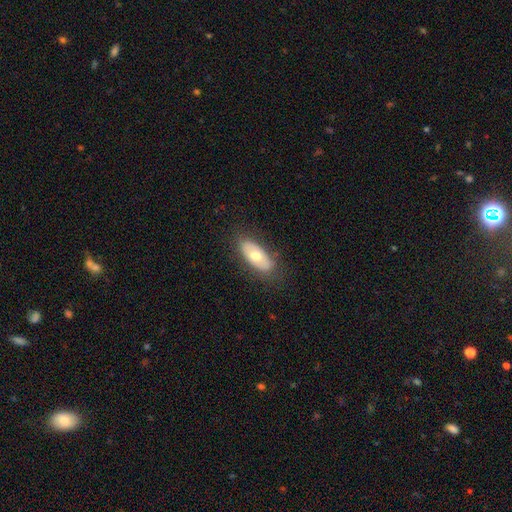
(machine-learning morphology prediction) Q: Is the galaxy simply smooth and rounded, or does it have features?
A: smooth — 58%.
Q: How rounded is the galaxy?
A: in between — 89%.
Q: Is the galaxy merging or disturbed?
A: none — 81%.